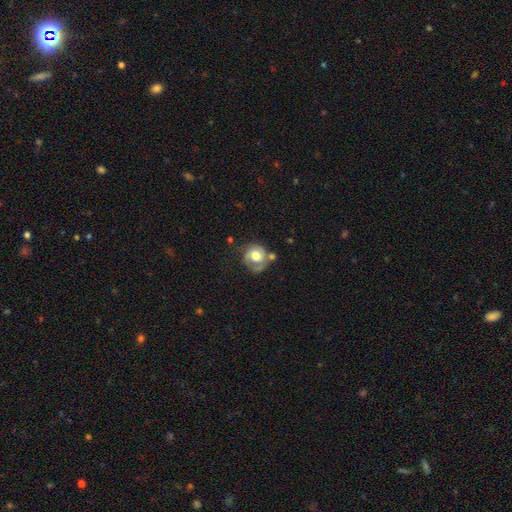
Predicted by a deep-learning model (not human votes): This appears to be a smooth galaxy with no disk features (53%) that is round (83%). Merging: none (47%).